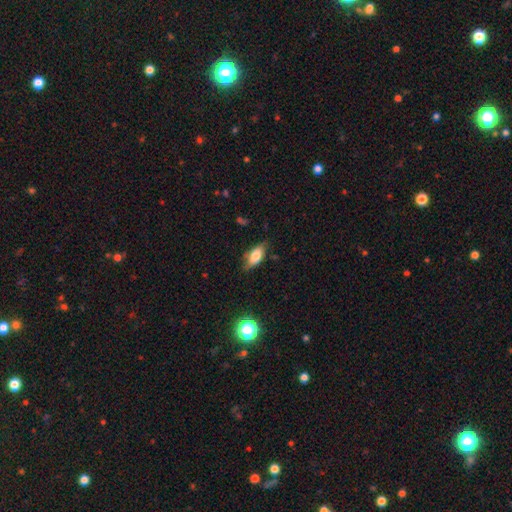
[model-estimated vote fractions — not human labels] Overall: smooth (75%). How rounded: in between (85%). Merging: none (73%).